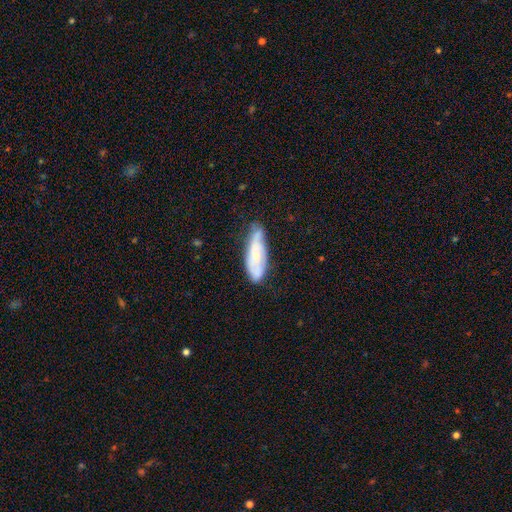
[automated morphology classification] Q: Smooth or featured?
A: featured or disk (48%); runner-up: smooth (45%)
Q: Merging?
A: none (54%); runner-up: minor disturbance (34%)